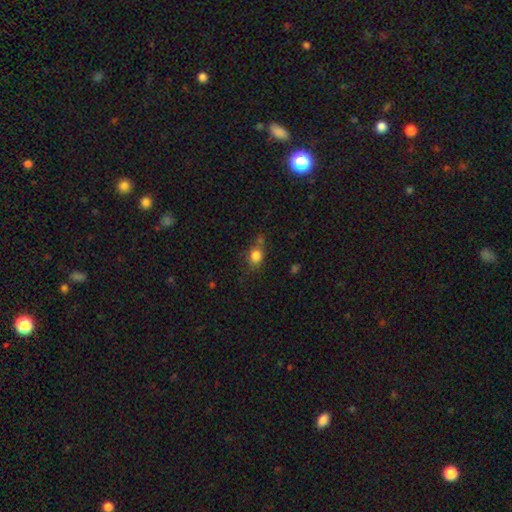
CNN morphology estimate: The model was most divided on "how rounded": round: 59%, in between: 39%, cigar-shaped: 2%. More confident: smooth or featured — smooth (82%); merging — none (61%).